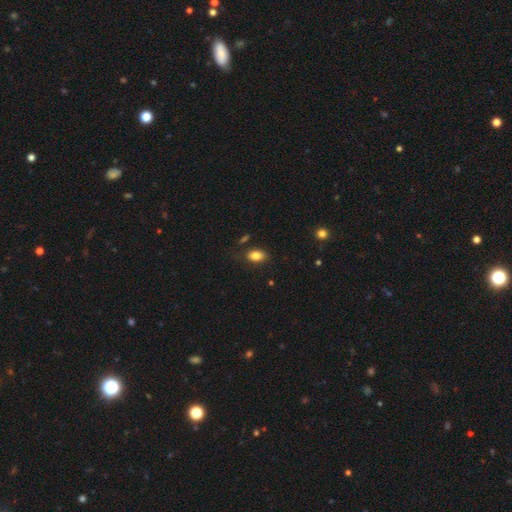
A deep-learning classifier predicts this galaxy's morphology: This appears to be a smooth galaxy with no disk features (85%) that is in between round and cigar-shaped (86%). Merging: none (79%).